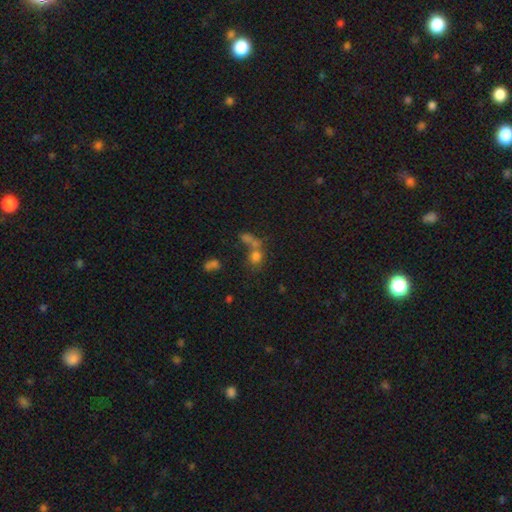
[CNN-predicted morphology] Smooth or featured?
  - smooth: 69% *
  - star or artifact: 19%
  - featured or disk: 12%
How rounded?
  - round: 76% *
  - in between: 22%
  - cigar-shaped: 2%
Merging?
  - none: 44% *
  - merger: 39%
  - minor disturbance: 9%
  - major disturbance: 7%